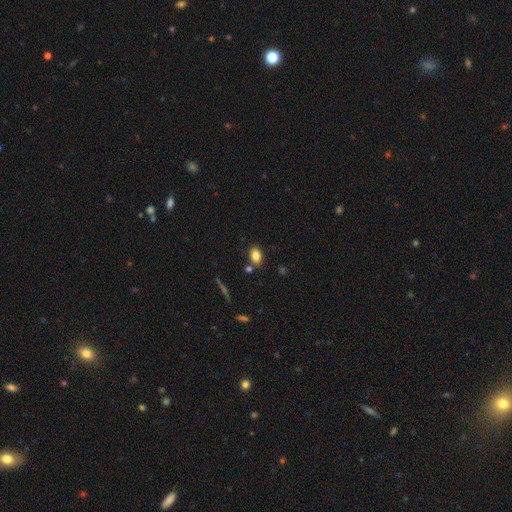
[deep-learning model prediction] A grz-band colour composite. It shows a smooth galaxy with no disk features (82%) that is in between round and cigar-shaped (84%). Merging: none (78%).